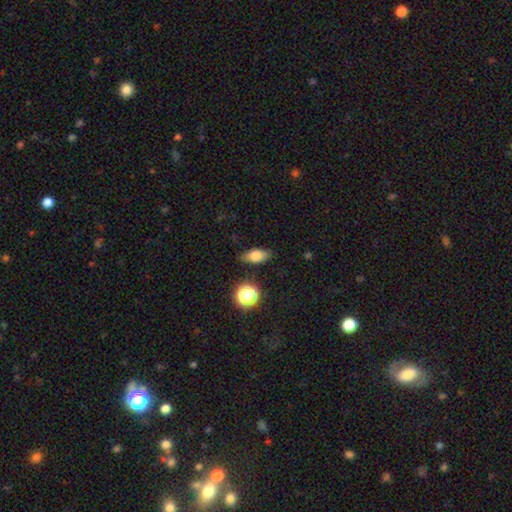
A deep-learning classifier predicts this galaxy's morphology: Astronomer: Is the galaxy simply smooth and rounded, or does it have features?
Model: smooth — 75%.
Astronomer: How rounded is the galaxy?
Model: in between — 79%.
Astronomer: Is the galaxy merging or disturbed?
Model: none — 82%.